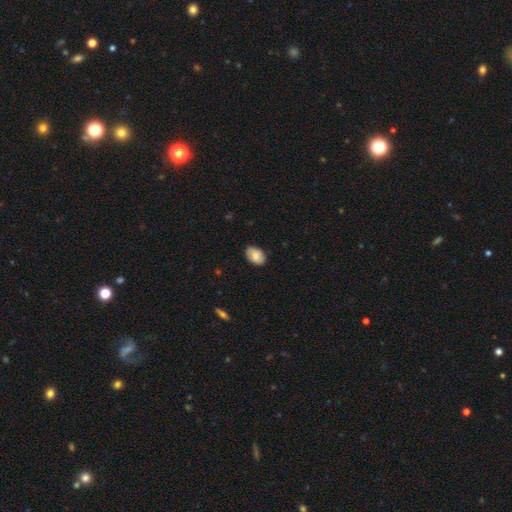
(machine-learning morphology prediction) A smooth galaxy with no disk features (78%) that is in between round and cigar-shaped (87%).

Vote fractions:
- Smooth or featured? smooth: 78% / featured or disk: 15% / star or artifact: 7%
- How rounded? in between: 87% / round: 12% / cigar-shaped: 1%
- Merging? none: 82% / minor disturbance: 15% / major disturbance: 2% / merger: 1%